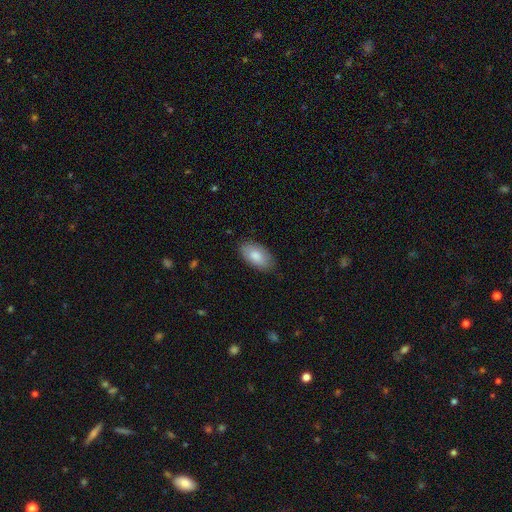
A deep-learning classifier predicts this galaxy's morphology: Overall: smooth (83%). How rounded: in between (95%). Merging: none (83%).